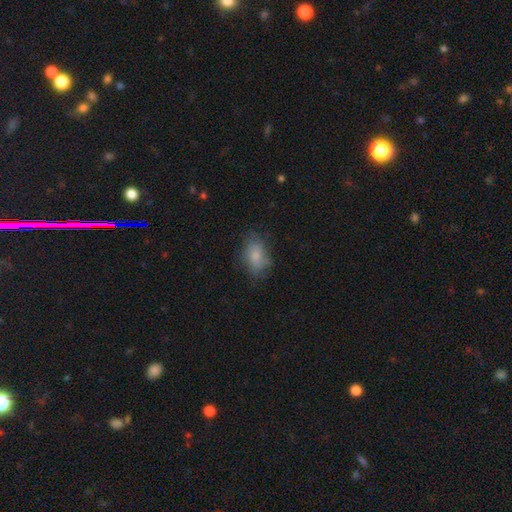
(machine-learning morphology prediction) This appears to be a smooth galaxy with no disk features (76%) that is in between round and cigar-shaped (86%). Merging: none (65%).